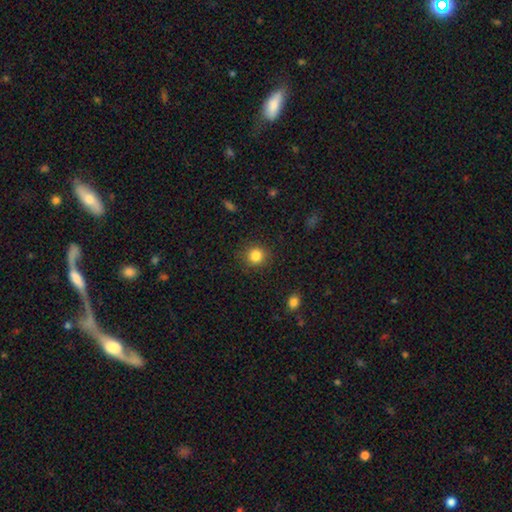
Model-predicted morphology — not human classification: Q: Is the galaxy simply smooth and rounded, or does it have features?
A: smooth — 84%.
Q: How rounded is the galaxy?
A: round — 89%.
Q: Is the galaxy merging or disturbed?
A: none — 88%.